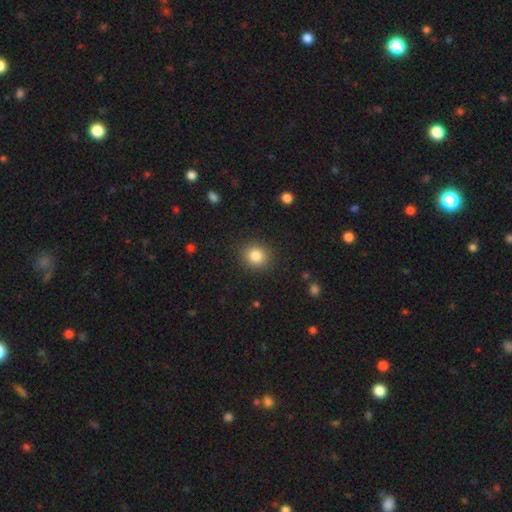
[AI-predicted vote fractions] smooth-or-featured: smooth: 84% | star or artifact: 11% | featured or disk: 6%
  how-rounded: round: 86% | in between: 13% | cigar-shaped: 1%
  merging: none: 89% | minor disturbance: 7% | major disturbance: 3% | merger: 1%